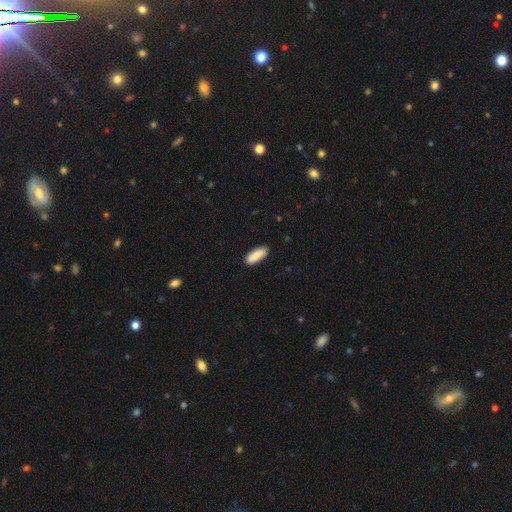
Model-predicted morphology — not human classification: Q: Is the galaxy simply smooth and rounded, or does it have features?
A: smooth — 88%.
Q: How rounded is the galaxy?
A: in between — 69%.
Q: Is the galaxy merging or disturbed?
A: none — 87%.